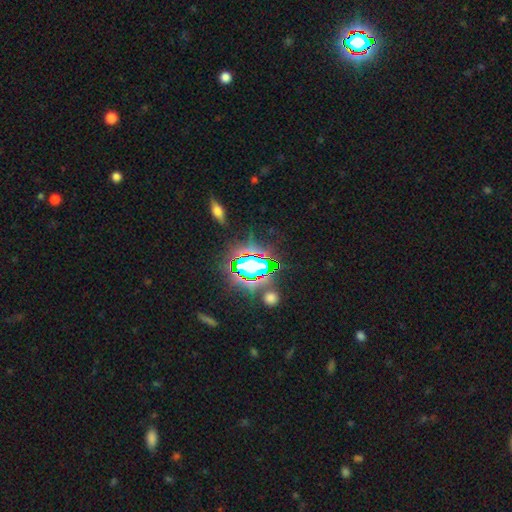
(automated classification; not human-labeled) This is likely a star or artifact rather than a galaxy (79%).